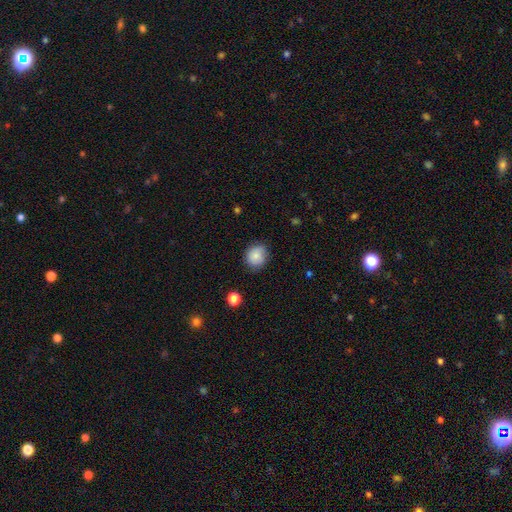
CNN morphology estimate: Q: Smooth or featured?
A: smooth (82%); runner-up: featured or disk (9%)
Q: How rounded?
A: round (73%); runner-up: in between (26%)
Q: Merging?
A: none (78%); runner-up: minor disturbance (17%)